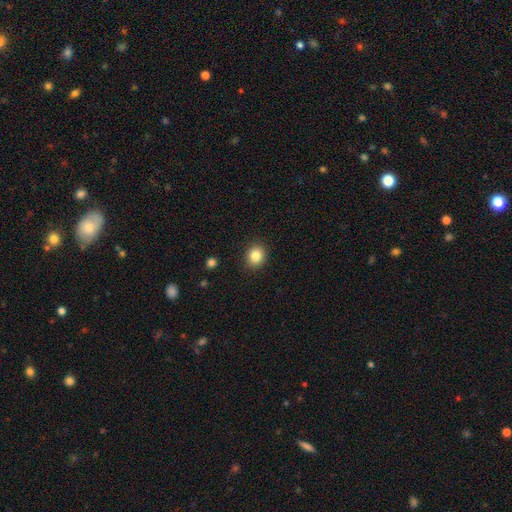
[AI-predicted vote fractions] Smooth or featured? Predicted: smooth (p=0.84). How rounded? Predicted: round (p=0.75). Merging? Predicted: none (p=0.90).